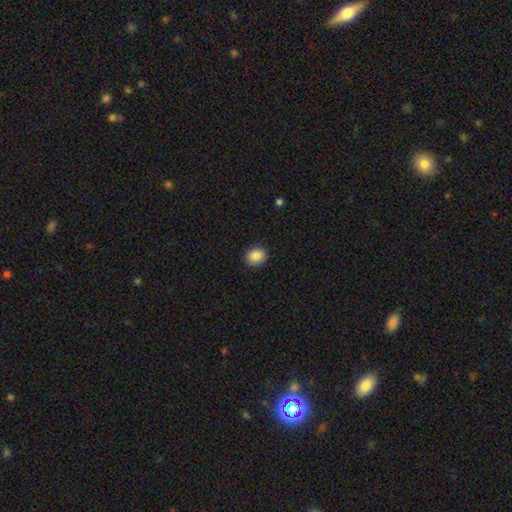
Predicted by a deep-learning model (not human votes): smooth_or_featured: smooth (p=0.87) [alt: star or artifact p=0.09]
how_rounded: round (p=0.61) [alt: in between p=0.38]
merging: none (p=0.90) [alt: minor disturbance p=0.07]